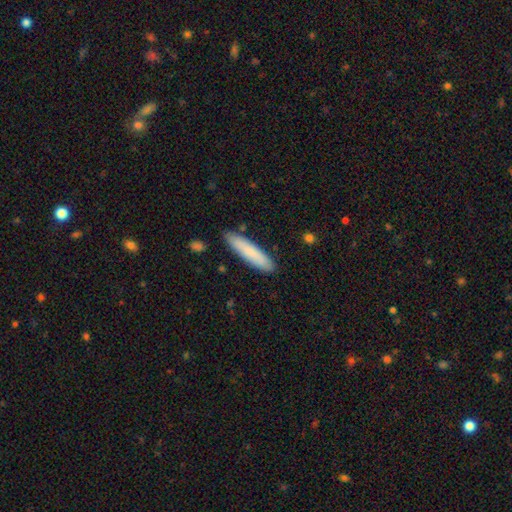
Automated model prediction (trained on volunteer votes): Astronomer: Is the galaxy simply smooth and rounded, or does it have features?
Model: smooth — 80%.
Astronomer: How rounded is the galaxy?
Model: cigar-shaped — 80%.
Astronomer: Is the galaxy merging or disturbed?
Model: none — 87%.